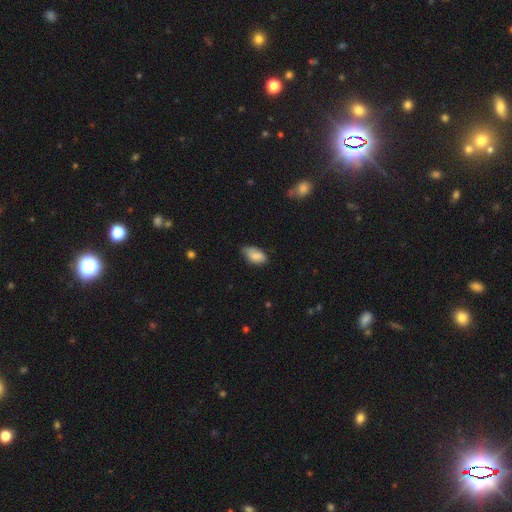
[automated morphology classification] type=smooth (82%); roundness=in between (92%); merging=none (56%).